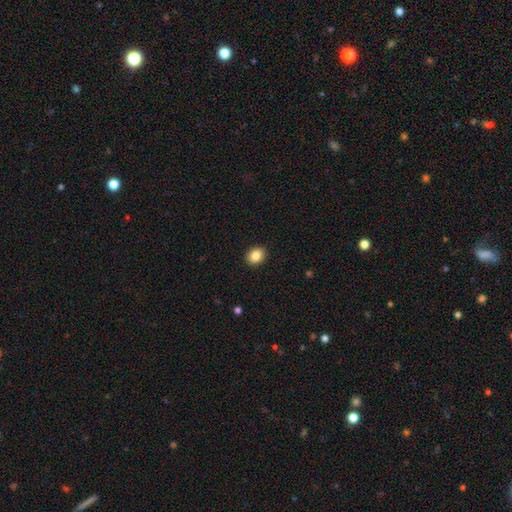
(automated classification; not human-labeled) smooth 84%, star or artifact 9%, featured or disk 7%. Down the decision tree: how rounded — round (57%); merging — none (91%).